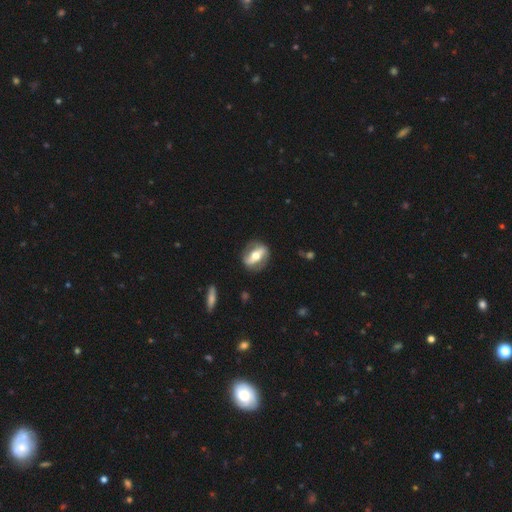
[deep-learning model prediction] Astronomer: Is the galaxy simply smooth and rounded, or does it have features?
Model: featured or disk — 67%.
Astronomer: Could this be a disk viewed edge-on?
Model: no — 77%.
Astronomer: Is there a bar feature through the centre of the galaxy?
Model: strong — 65%.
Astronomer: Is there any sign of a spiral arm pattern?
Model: no — 54% (runner-up: yes, 46%).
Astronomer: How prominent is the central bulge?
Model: moderate — 69%.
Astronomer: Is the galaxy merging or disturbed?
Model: none — 81%.